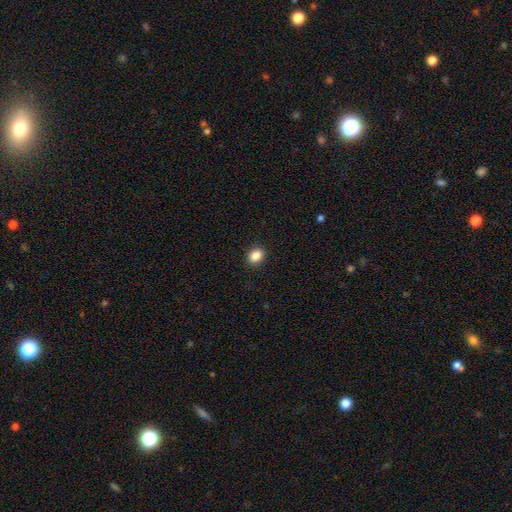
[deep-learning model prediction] The model was most divided on "how rounded": round: 51%, in between: 48%, cigar-shaped: 1%. More confident: merging — none (91%); smooth or featured — smooth (87%).